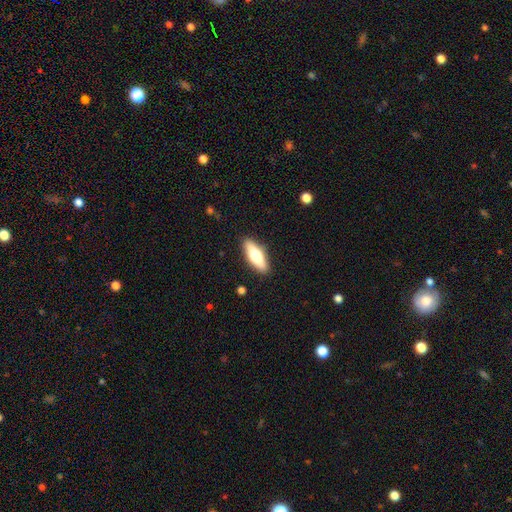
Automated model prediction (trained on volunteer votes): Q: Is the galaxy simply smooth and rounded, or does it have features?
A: smooth — 58%.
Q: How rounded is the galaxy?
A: in between — 59%.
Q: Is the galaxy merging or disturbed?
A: none — 89%.